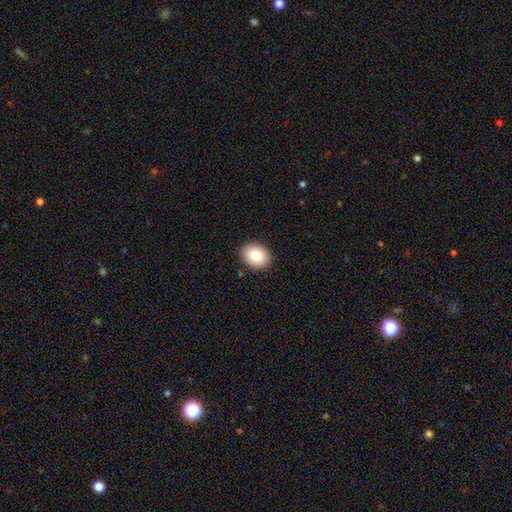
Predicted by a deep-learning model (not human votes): smooth-or-featured: smooth: 82% | featured or disk: 9% | star or artifact: 9%
  how-rounded: in between: 55% | round: 45% | cigar-shaped: 1%
  merging: none: 90% | minor disturbance: 7% | major disturbance: 2% | merger: 1%